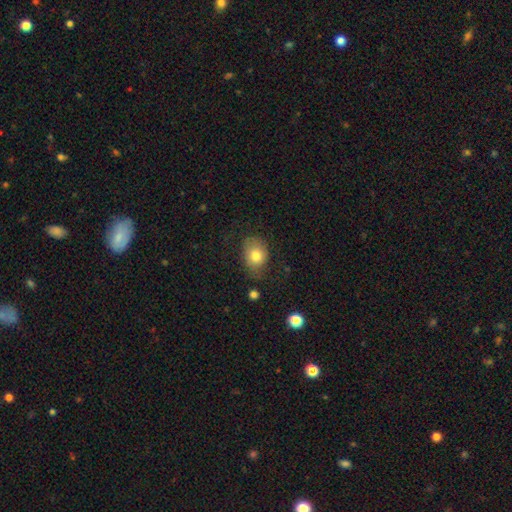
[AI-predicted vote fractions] Smooth or featured? smooth (77%)
How rounded? in between (59%)
Merging? none (62%)